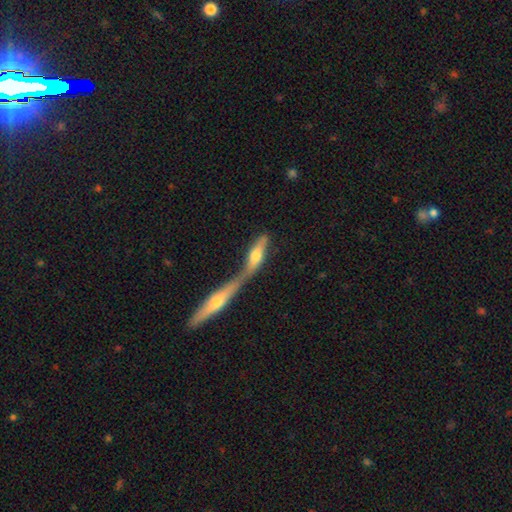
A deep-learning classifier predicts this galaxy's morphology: smooth 52%, featured or disk 41%, star or artifact 7%. Down the decision tree: how rounded — cigar-shaped (54%); merging — merger (61%).